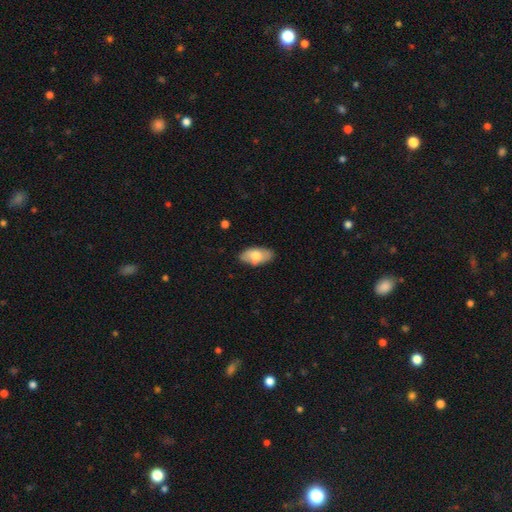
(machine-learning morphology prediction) Smooth or featured? Predicted: smooth (p=0.69). How rounded? Predicted: in between (p=0.94). Merging? Predicted: none (p=0.82).